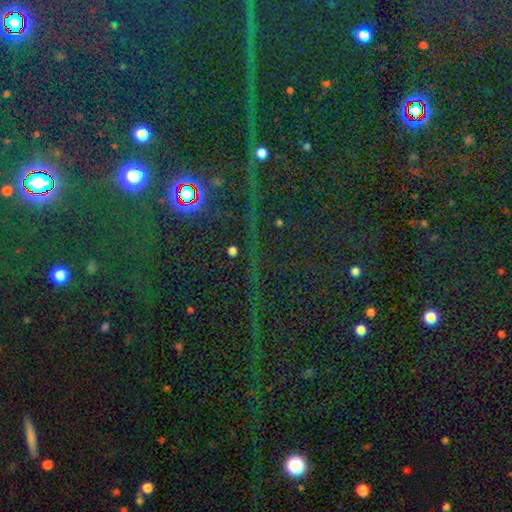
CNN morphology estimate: star or artifact 84%, smooth 8%, featured or disk 7%.